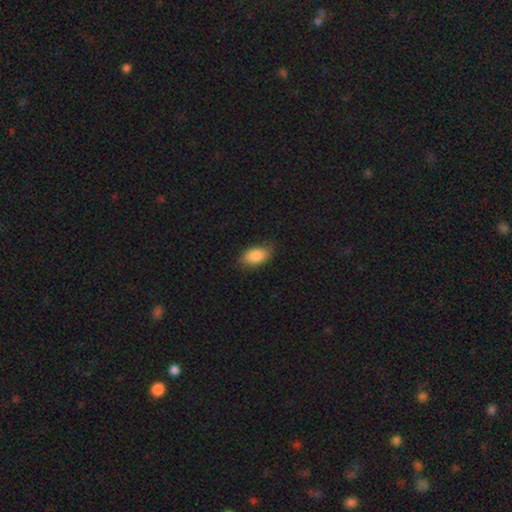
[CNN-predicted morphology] This is clearly a smooth galaxy (86%). How rounded: clearly in between (91%). Merging: likely none (76%).